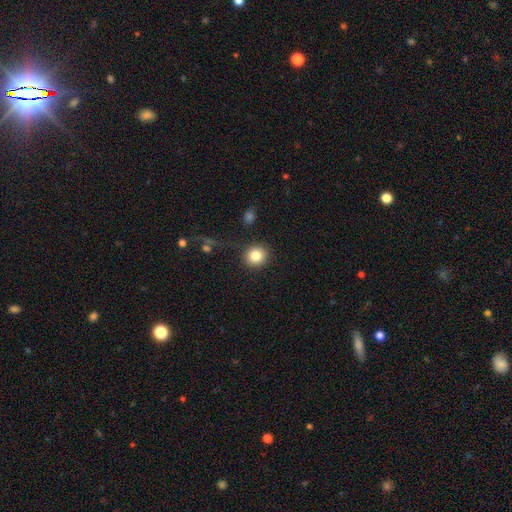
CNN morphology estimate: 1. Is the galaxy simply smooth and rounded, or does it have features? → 82% smooth, 10% star or artifact, 7% featured or disk.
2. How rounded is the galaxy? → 85% round, 14% in between, 1% cigar-shaped.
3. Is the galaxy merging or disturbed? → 87% none, 8% minor disturbance, 3% major disturbance, 3% merger.